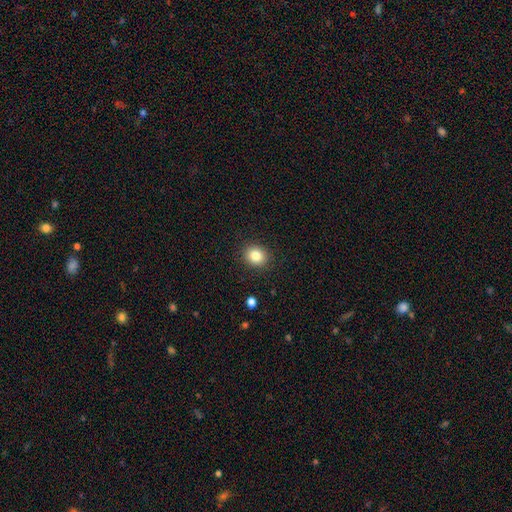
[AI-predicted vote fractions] Smooth or featured: smooth — 83% (star or artifact — 10%)
How rounded: round — 72% (in between — 27%)
Merging: none — 90% (minor disturbance — 7%)